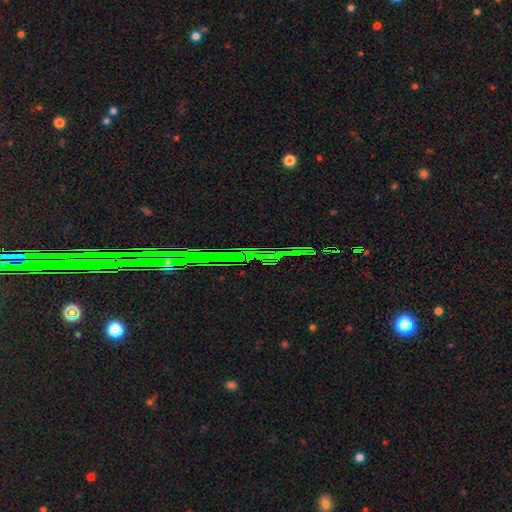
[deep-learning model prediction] Smooth or featured: star or artifact — 73% (featured or disk — 14%)